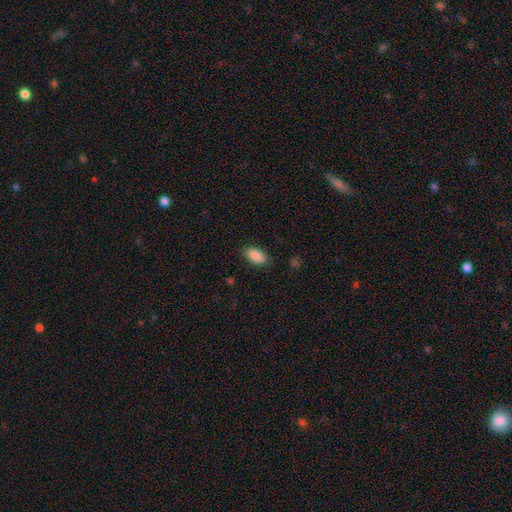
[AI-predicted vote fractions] Overall: smooth (88%). How rounded: in between (94%). Merging: none (84%).